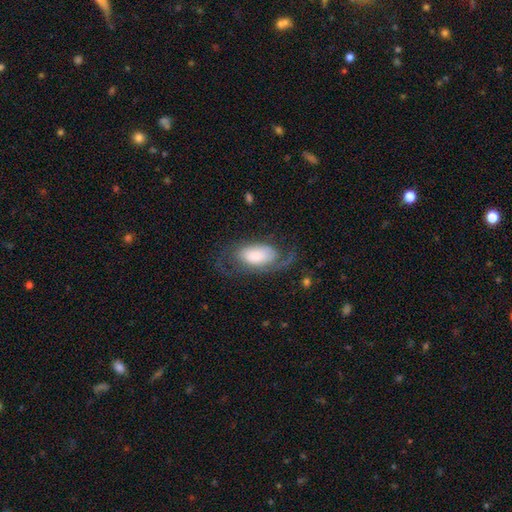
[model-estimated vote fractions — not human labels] featured or disk 68%, smooth 26%, star or artifact 7%. Down the decision tree: edge-on disk — no (94%); bar — no (65%); spiral arms — yes (91%); spiral arm count — 2 (77%); spiral winding — medium (41%, tied with loose); bulge size — large (36%); merging — none (58%).